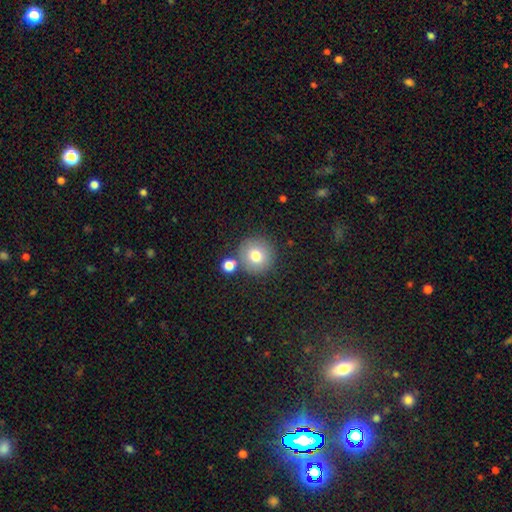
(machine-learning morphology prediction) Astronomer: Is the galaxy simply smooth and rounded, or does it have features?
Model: smooth — 76%.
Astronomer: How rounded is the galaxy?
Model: round — 94%.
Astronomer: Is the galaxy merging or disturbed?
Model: none — 76%.